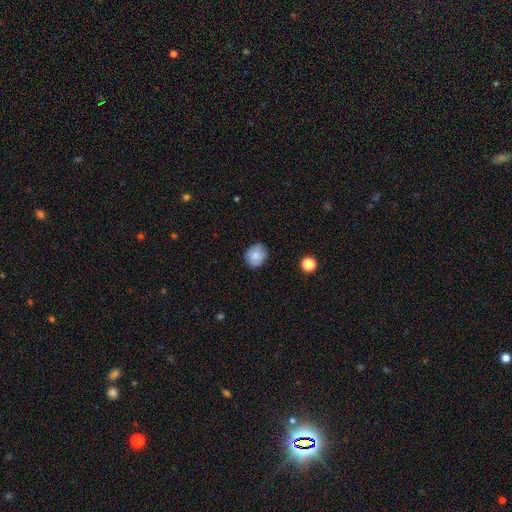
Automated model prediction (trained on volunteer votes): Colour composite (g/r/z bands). It shows a smooth galaxy with no disk features (80%) that is round (62%). Merging: none (81%).